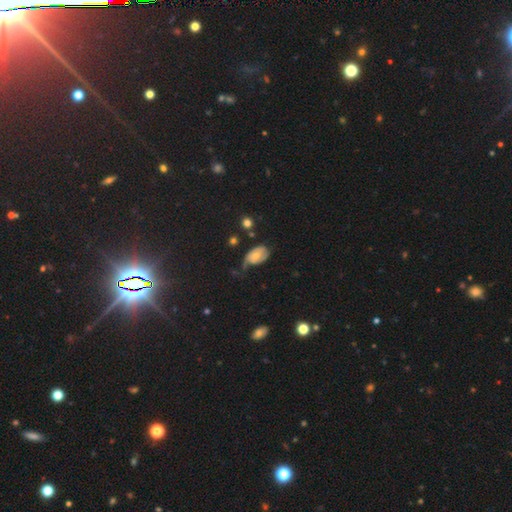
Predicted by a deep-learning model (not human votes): Smooth or featured? featured or disk (46%)
Merging? minor disturbance (39%)